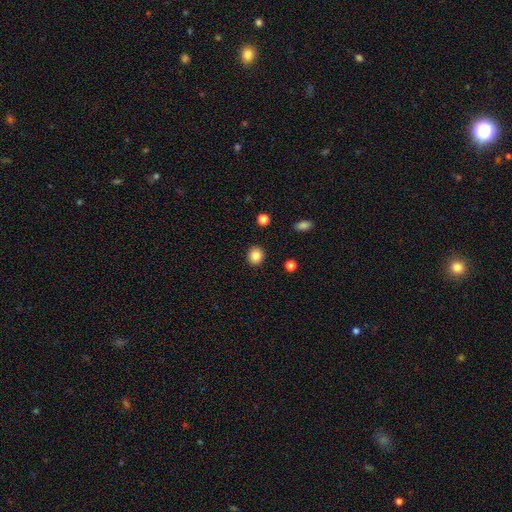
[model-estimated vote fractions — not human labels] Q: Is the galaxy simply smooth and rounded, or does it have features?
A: smooth — 85%.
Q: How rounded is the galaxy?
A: round — 81%.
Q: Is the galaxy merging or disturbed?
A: none — 91%.